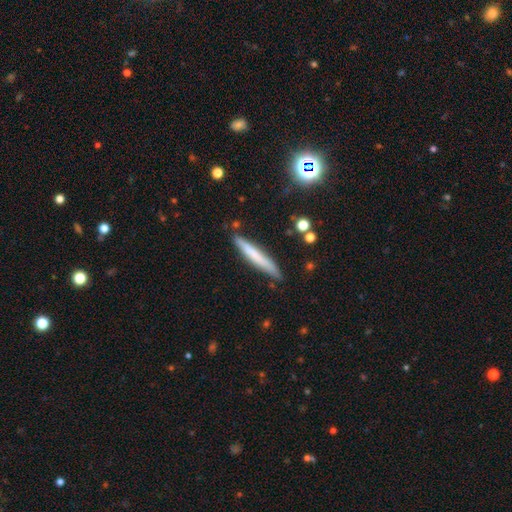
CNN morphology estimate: smooth_or_featured: smooth (p=0.64) [alt: featured or disk p=0.28]
how_rounded: cigar-shaped (p=0.94) [alt: in between p=0.04]
merging: none (p=0.83) [alt: minor disturbance p=0.13]